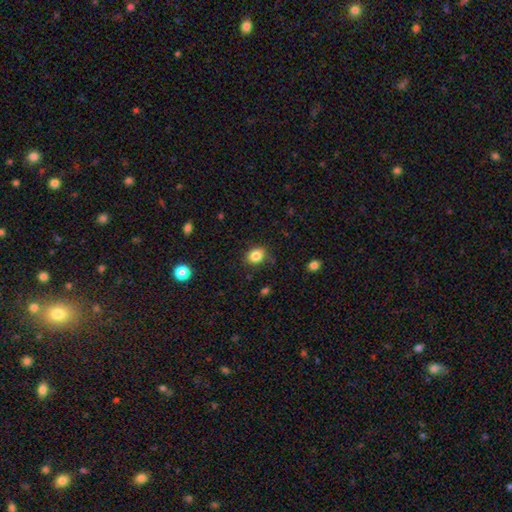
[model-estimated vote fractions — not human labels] This appears to be a smooth galaxy with no disk features (84%) that is round (52%). Merging: none (82%).